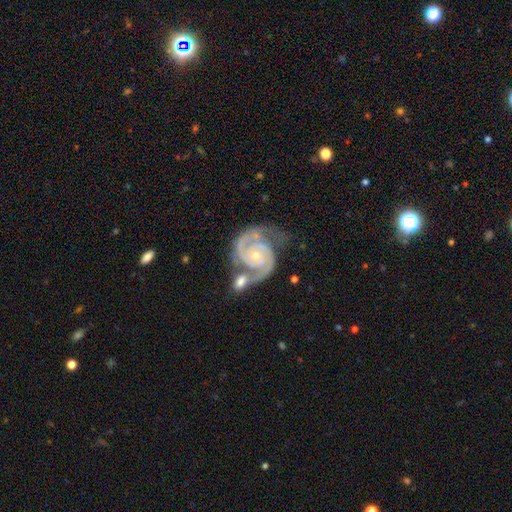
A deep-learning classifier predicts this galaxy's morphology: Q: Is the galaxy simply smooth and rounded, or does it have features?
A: featured or disk — 93%.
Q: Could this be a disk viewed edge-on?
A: no — 98%.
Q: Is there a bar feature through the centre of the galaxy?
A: no — 70%.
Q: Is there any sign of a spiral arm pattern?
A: yes — 99%.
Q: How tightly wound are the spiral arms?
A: tight — 58%.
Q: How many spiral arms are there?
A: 2 — 89%.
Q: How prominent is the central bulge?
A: small — 73%.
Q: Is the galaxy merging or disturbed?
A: none — 49%.